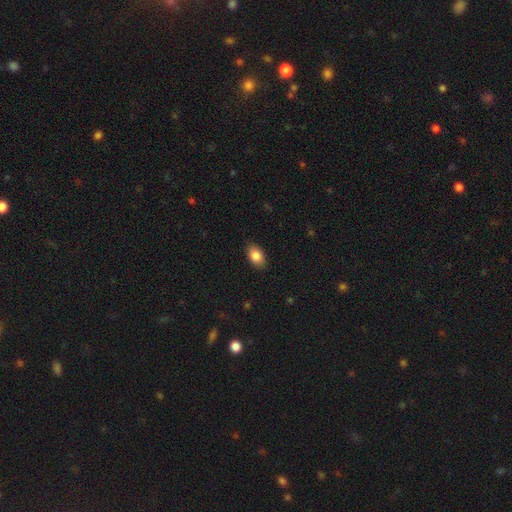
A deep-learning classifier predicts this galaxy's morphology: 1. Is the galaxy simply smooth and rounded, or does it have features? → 86% smooth, 8% star or artifact, 7% featured or disk.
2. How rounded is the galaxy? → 88% in between, 10% round, 2% cigar-shaped.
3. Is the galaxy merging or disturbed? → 86% none, 10% minor disturbance, 2% major disturbance, 1% merger.